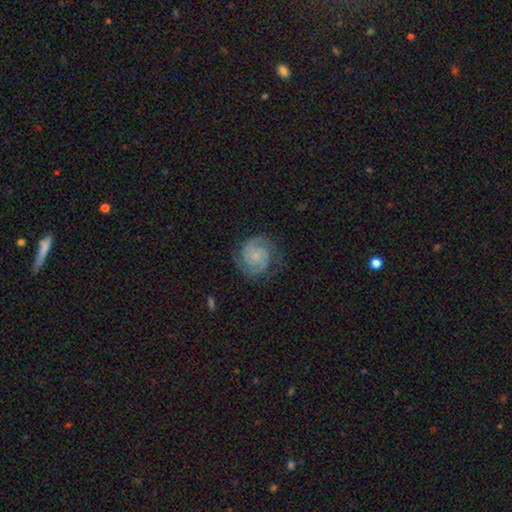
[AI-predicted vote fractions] smooth_or_featured: featured or disk (p=0.84) [alt: smooth p=0.10]
disk_edge_on: no (p=0.98) [alt: yes p=0.02]
bar: no (p=0.71) [alt: weak p=0.24]
has_spiral_arms: yes (p=0.98) [alt: no p=0.02]
spiral_winding: tight (p=0.61) [alt: medium p=0.33]
spiral_arm_count: 2 (p=0.79) [alt: 3 p=0.08]
bulge_size: small (p=0.64) [alt: moderate p=0.18]
merging: none (p=0.79) [alt: minor disturbance p=0.15]